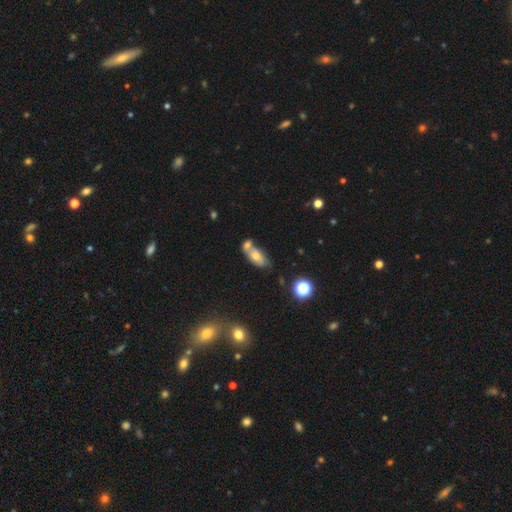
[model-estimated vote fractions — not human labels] A smooth galaxy with no disk features (60%) that is in between round and cigar-shaped (85%). Merging: merger (51%).